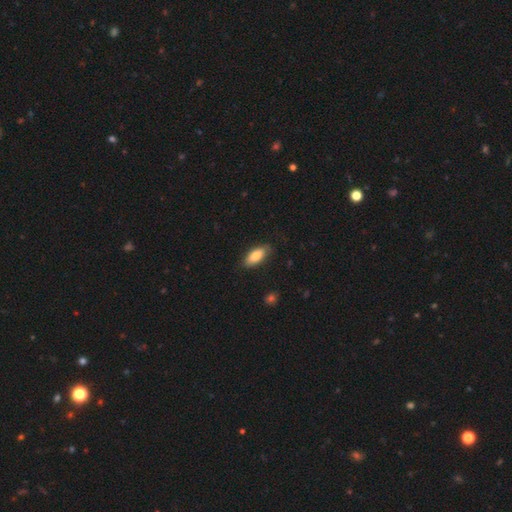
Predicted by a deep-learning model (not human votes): The model was most divided on "merging": none: 82%, minor disturbance: 14%, major disturbance: 3%, merger: 1%. More confident: how rounded — in between (84%); smooth or featured — smooth (81%).